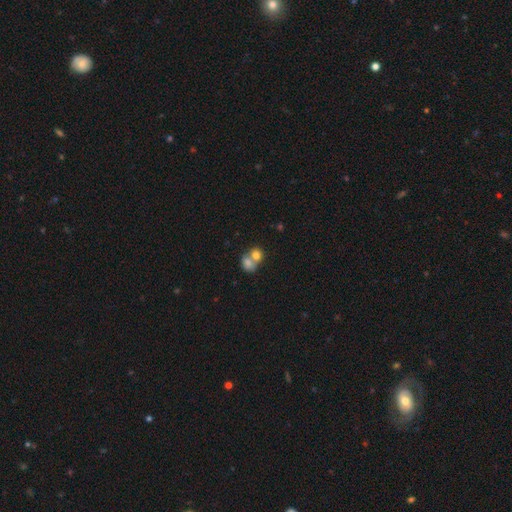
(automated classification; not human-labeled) smooth-or-featured: smooth: 77% | featured or disk: 14% | star or artifact: 9%
  how-rounded: round: 57% | in between: 42% | cigar-shaped: 1%
  merging: merger: 66% | none: 25% | minor disturbance: 6% | major disturbance: 3%